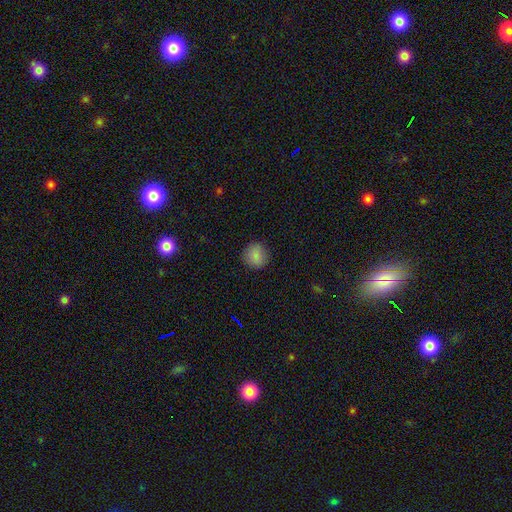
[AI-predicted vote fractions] Morphology: type=smooth (84%); roundness=round (91%); merging=none (87%).